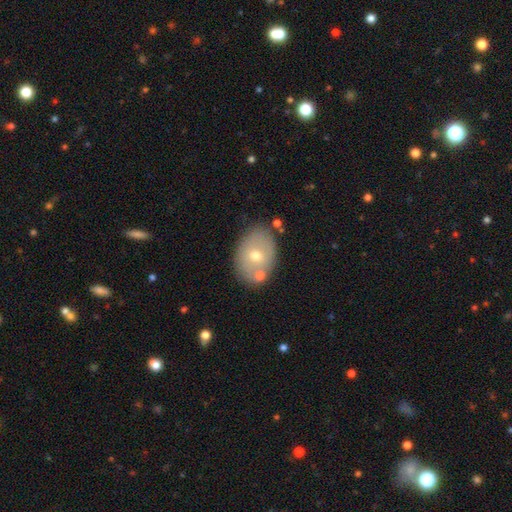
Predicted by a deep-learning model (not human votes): Q: Smooth or featured?
A: smooth (61%); runner-up: featured or disk (31%)
Q: How rounded?
A: in between (74%); runner-up: round (25%)
Q: Merging?
A: none (76%); runner-up: minor disturbance (12%)